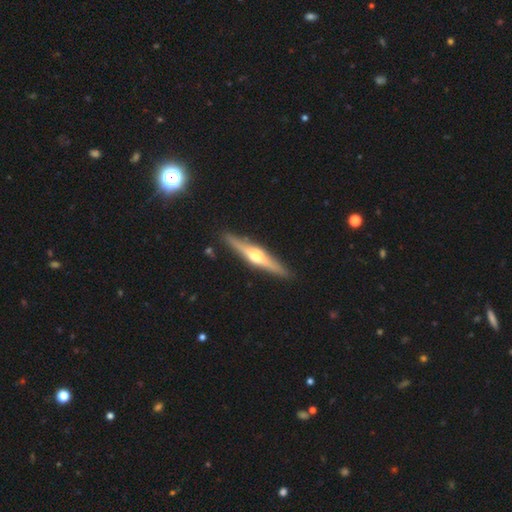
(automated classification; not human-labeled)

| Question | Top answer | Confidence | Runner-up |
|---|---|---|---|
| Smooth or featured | featured or disk | 73% | smooth (22%) |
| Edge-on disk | yes | 97% | no (3%) |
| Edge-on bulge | rounded | 93% | boxy (4%) |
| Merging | none | 90% | minor disturbance (7%) |